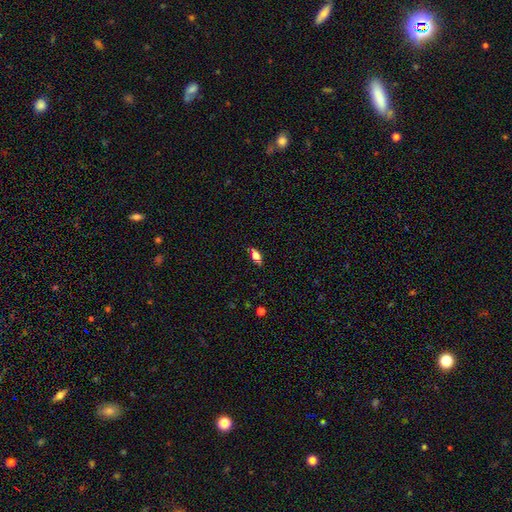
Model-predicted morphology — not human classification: Smooth or featured? smooth (60%)
How rounded? in between (76%)
Merging? none (79%)